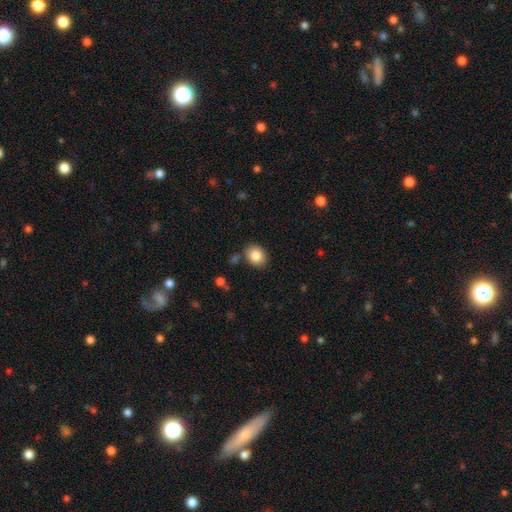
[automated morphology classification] smooth_or_featured: smooth (p=0.85) [alt: star or artifact p=0.09]
how_rounded: round (p=0.56) [alt: in between p=0.43]
merging: none (p=0.82) [alt: minor disturbance p=0.10]